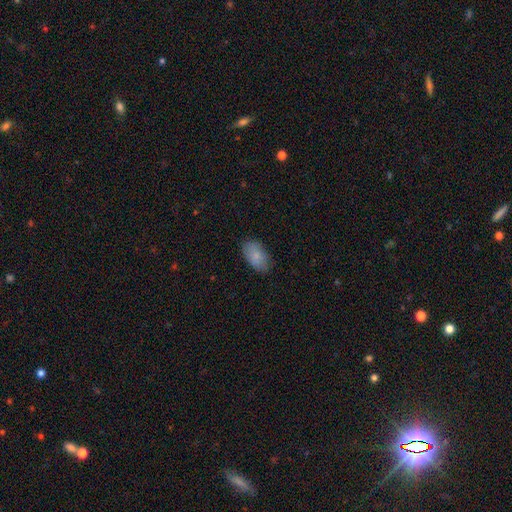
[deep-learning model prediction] This appears to be a smooth galaxy with no disk features (82%) that is in between round and cigar-shaped (93%). Merging: none (80%).